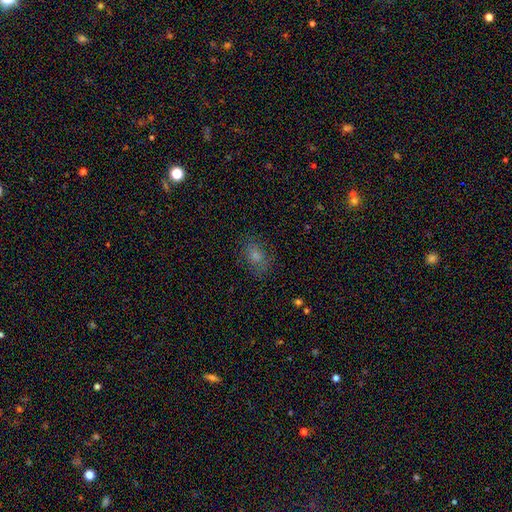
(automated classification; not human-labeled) Q: Smooth or featured?
A: smooth (66%); runner-up: star or artifact (19%)
Q: How rounded?
A: in between (71%); runner-up: round (27%)
Q: Merging?
A: none (78%); runner-up: minor disturbance (15%)